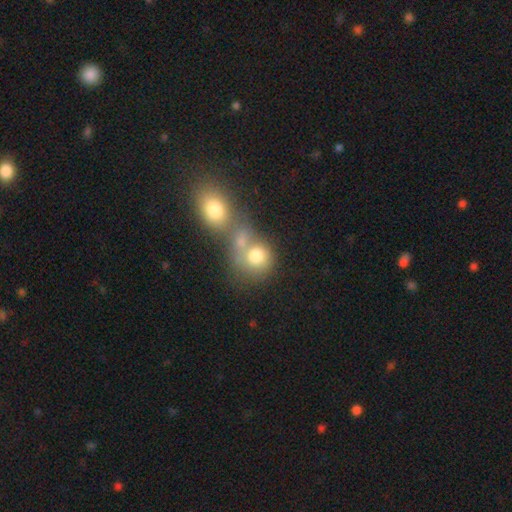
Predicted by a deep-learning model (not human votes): Smooth or featured?
  - smooth: 75% *
  - featured or disk: 13%
  - star or artifact: 12%
How rounded?
  - round: 74% *
  - in between: 25%
  - cigar-shaped: 1%
Merging?
  - merger: 55% *
  - none: 32%
  - minor disturbance: 8%
  - major disturbance: 6%